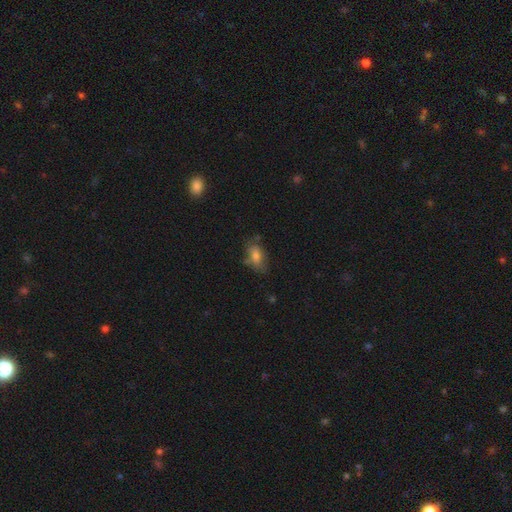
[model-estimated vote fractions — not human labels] Smooth or featured? smooth (71%)
How rounded? in between (87%)
Merging? none (59%)